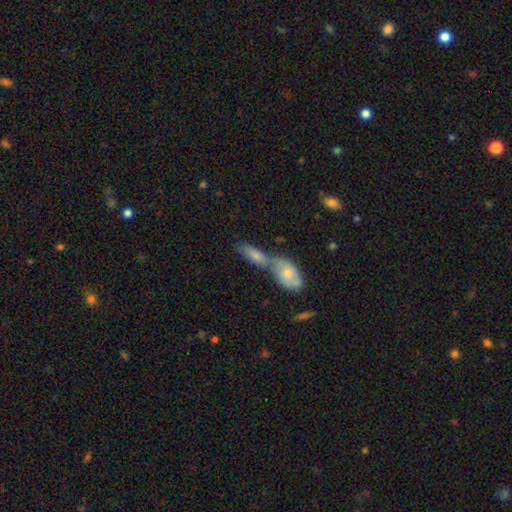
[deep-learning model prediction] smooth_or_featured: smooth (p=0.72) [alt: featured or disk p=0.21]
how_rounded: in between (p=0.70) [alt: cigar-shaped p=0.27]
merging: merger (p=0.61) [alt: none p=0.28]